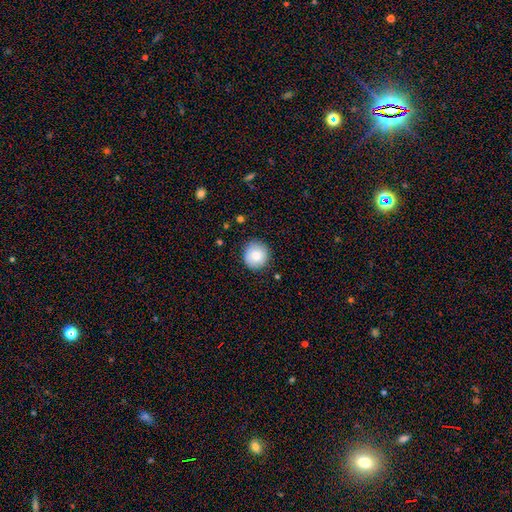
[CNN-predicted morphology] Smooth or featured? smooth (83%)
How rounded? round (92%)
Merging? none (87%)